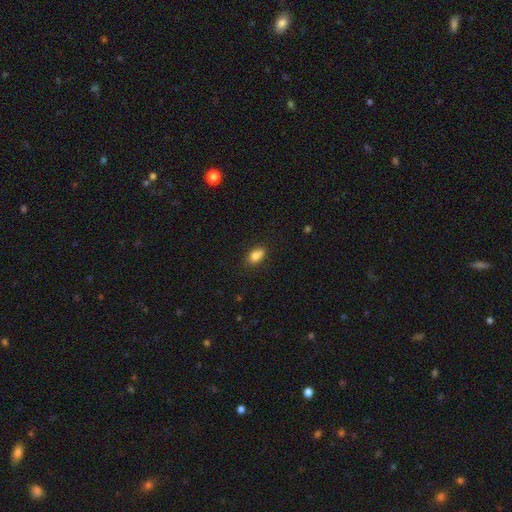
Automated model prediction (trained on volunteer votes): smooth_or_featured: smooth (p=0.79) [alt: featured or disk p=0.11]
how_rounded: in between (p=0.80) [alt: round p=0.15]
merging: none (p=0.60) [alt: minor disturbance p=0.21]